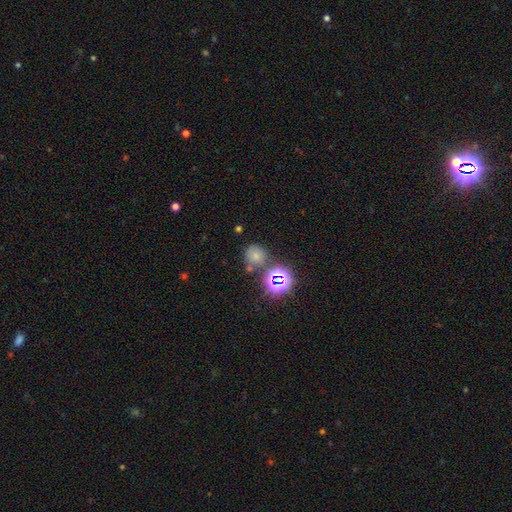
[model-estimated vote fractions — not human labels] smooth-or-featured: smooth: 61% | star or artifact: 29% | featured or disk: 10%
  how-rounded: round: 84% | in between: 15% | cigar-shaped: 1%
  merging: none: 66% | merger: 16% | minor disturbance: 14% | major disturbance: 5%